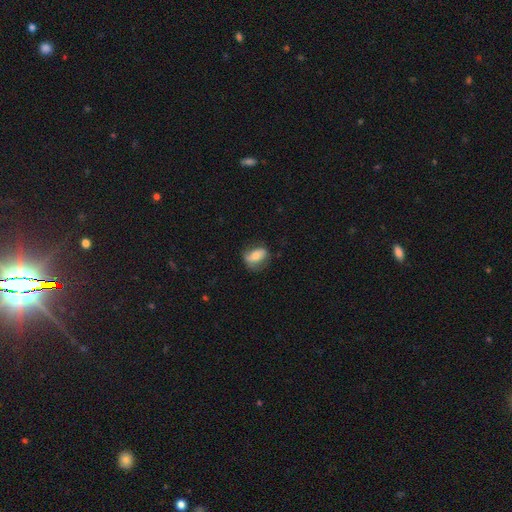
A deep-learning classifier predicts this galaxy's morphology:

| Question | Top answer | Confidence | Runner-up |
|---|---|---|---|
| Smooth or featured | smooth | 63% | featured or disk (29%) |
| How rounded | in between | 82% | round (13%) |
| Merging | none | 58% | minor disturbance (28%) |